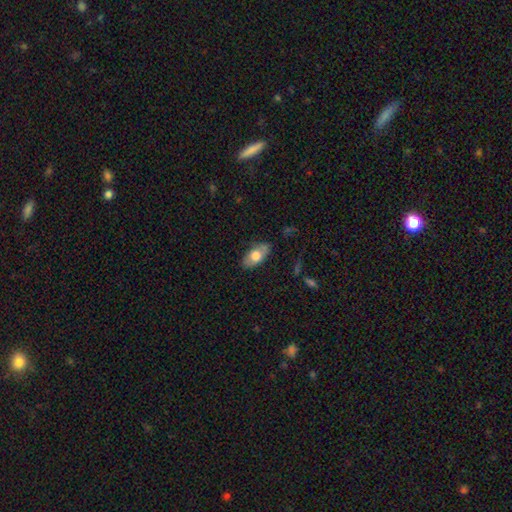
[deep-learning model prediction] smooth-or-featured: smooth: 66% | featured or disk: 28% | star or artifact: 6%
  how-rounded: in between: 90% | cigar-shaped: 6% | round: 5%
  merging: none: 79% | minor disturbance: 16% | major disturbance: 4% | merger: 1%